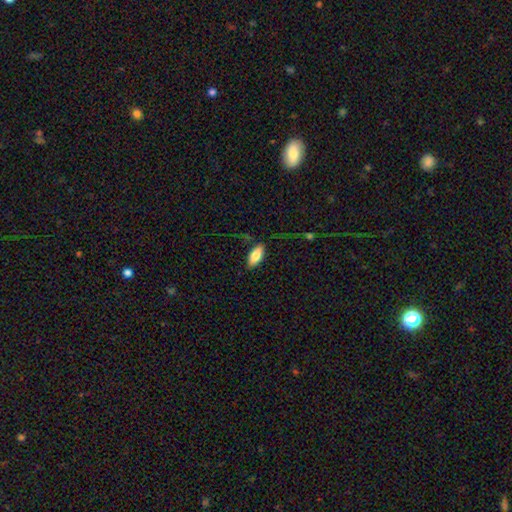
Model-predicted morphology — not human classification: smooth 79%, featured or disk 15%, star or artifact 6%. Down the decision tree: how rounded — in between (88%); merging — none (81%).